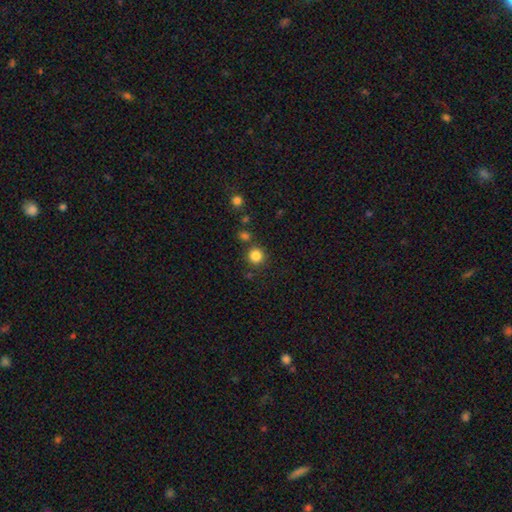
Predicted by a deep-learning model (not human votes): smooth-or-featured: smooth: 84% | star or artifact: 12% | featured or disk: 4%
  how-rounded: round: 93% | in between: 6% | cigar-shaped: 1%
  merging: none: 82% | minor disturbance: 8% | merger: 7% | major disturbance: 3%